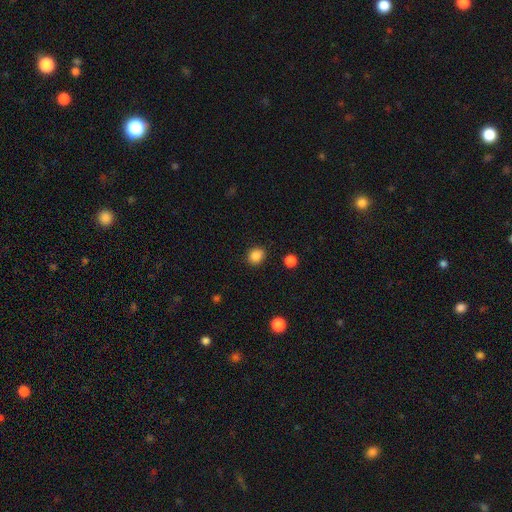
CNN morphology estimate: Smooth or featured? Predicted: smooth (p=0.86). How rounded? Predicted: round (p=0.72). Merging? Predicted: none (p=0.85).